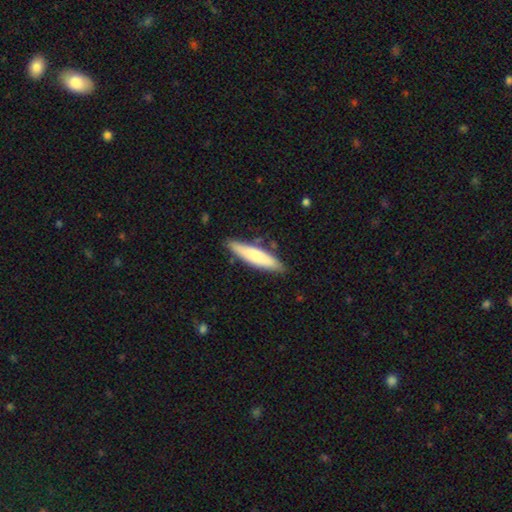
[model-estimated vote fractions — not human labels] Smooth or featured: smooth — 72% (featured or disk — 23%)
How rounded: cigar-shaped — 78% (in between — 21%)
Merging: none — 83% (minor disturbance — 12%)